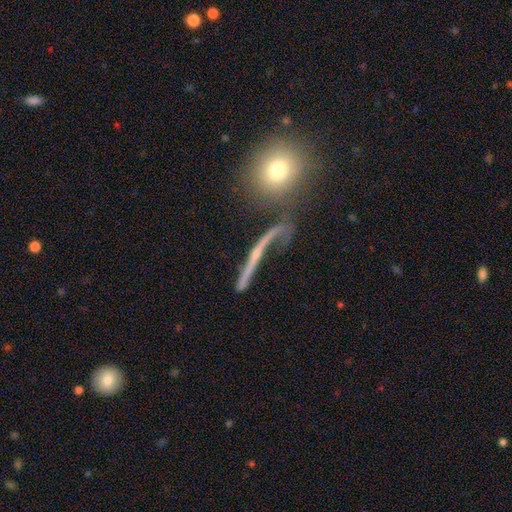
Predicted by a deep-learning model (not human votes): This appears to be a featured or disk galaxy (68%) viewed edge-on (66%). Merging: none (48%).